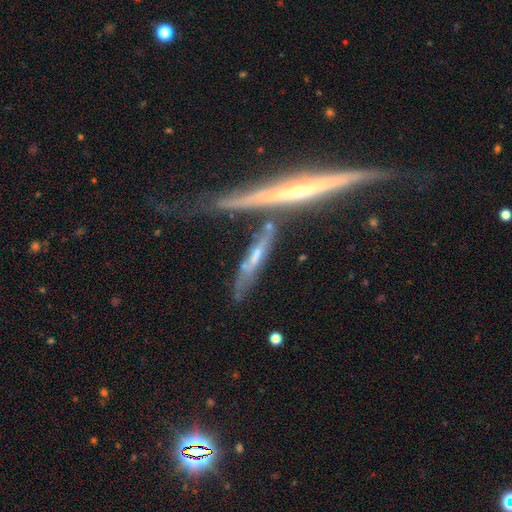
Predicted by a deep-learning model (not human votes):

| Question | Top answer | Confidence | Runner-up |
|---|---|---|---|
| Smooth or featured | featured or disk | 65% | smooth (27%) |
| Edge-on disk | yes | 82% | no (18%) |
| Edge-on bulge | none | 47% | rounded (42%) |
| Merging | none | 52% | merger (21%) |